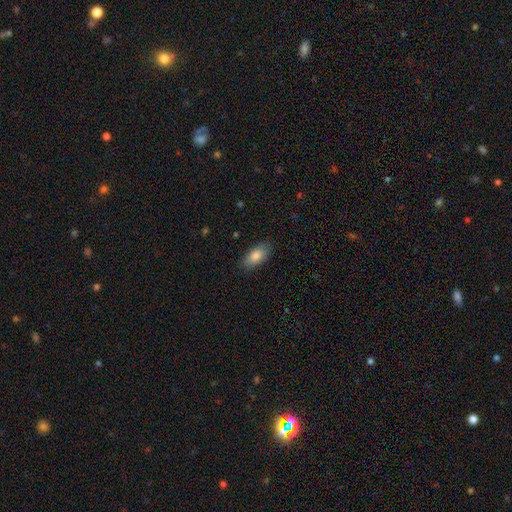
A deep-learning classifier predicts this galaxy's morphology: Q: Smooth or featured?
A: smooth (83%); runner-up: featured or disk (11%)
Q: How rounded?
A: in between (89%); runner-up: cigar-shaped (8%)
Q: Merging?
A: none (86%); runner-up: minor disturbance (11%)